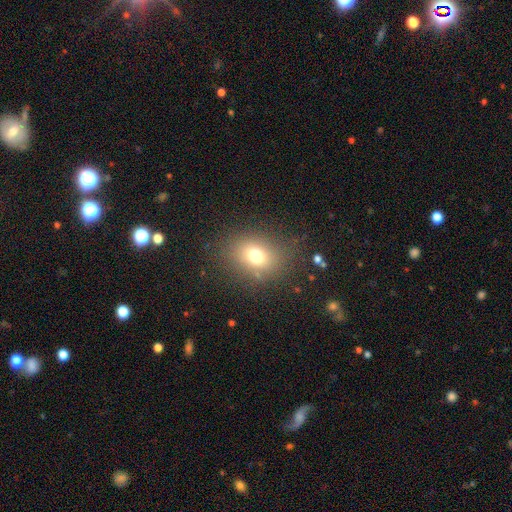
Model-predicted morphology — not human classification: A smooth galaxy with no disk features (72%) that is in between round and cigar-shaped (52%).

Vote fractions:
- Smooth or featured? smooth: 72% / star or artifact: 16% / featured or disk: 12%
- How rounded? in between: 52% / round: 47% / cigar-shaped: 1%
- Merging? none: 80% / minor disturbance: 12% / major disturbance: 7% / merger: 2%